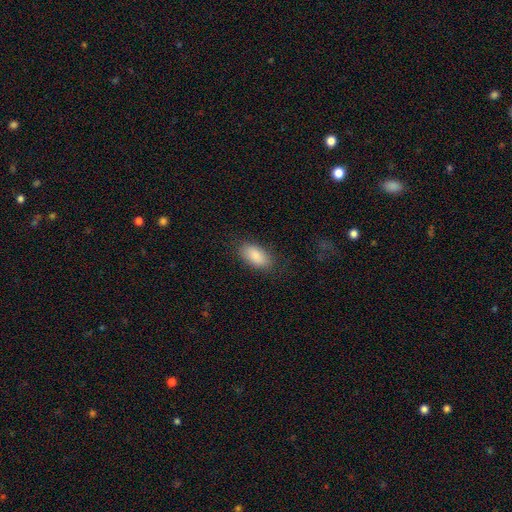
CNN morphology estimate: smooth_or_featured: smooth (p=0.88) [alt: star or artifact p=0.06]
how_rounded: in between (p=0.92) [alt: cigar-shaped p=0.05]
merging: none (p=0.83) [alt: minor disturbance p=0.12]